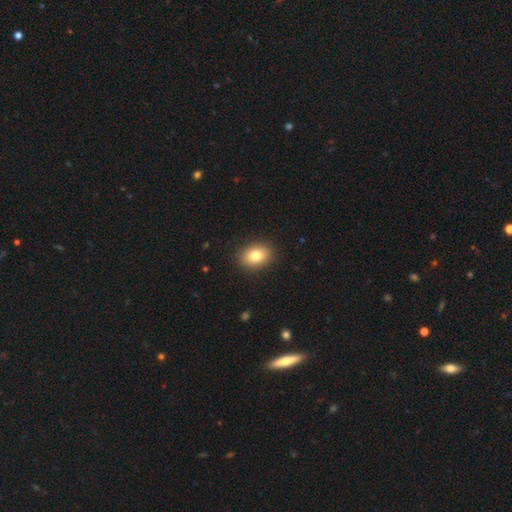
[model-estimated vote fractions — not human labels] Smooth or featured? Predicted: smooth (p=0.81). How rounded? Predicted: in between (p=0.67). Merging? Predicted: none (p=0.90).